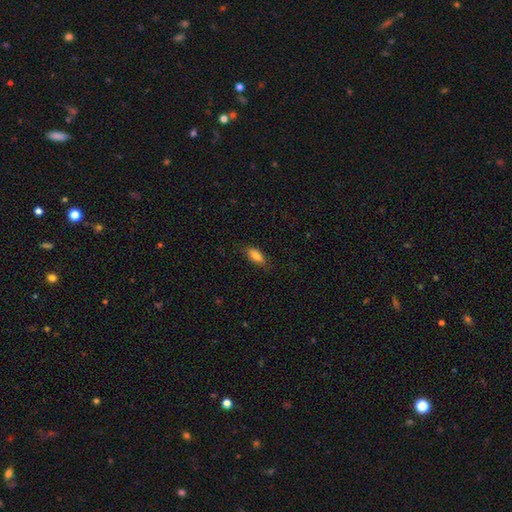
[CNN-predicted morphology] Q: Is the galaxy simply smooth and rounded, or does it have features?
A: smooth — 82%.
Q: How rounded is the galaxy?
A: in between — 80%.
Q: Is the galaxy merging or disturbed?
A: none — 80%.